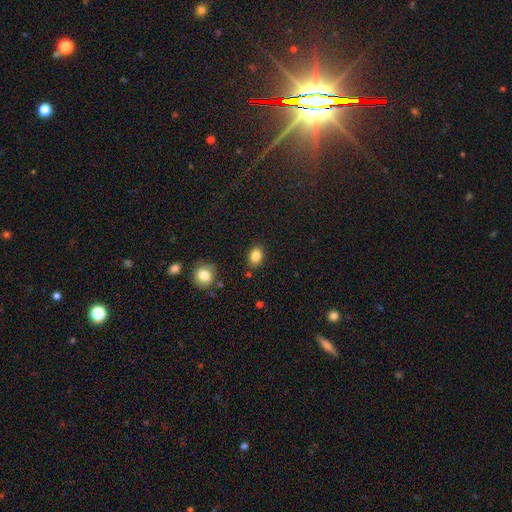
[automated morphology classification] Overall: smooth (85%). How rounded: in between (67%; round 32%). Merging: none (84%).